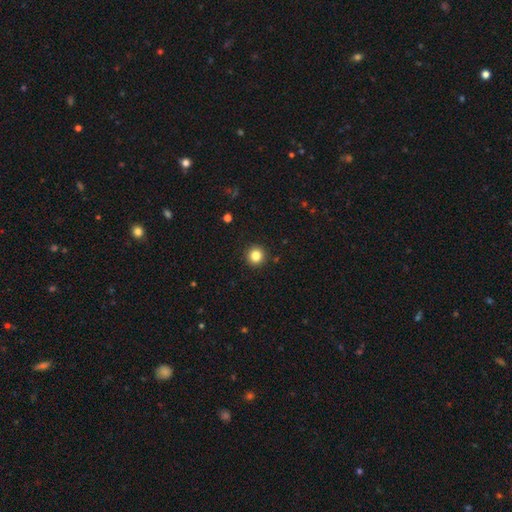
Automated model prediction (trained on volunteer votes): Smooth or featured: smooth — 84% (star or artifact — 11%)
How rounded: round — 95% (in between — 4%)
Merging: none — 92% (minor disturbance — 5%)